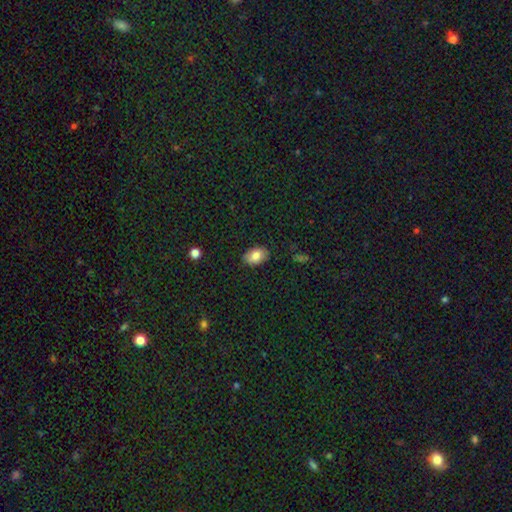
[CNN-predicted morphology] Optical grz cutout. It shows a smooth galaxy with no disk features (82%) that is in between round and cigar-shaped (86%). Merging: none (86%).